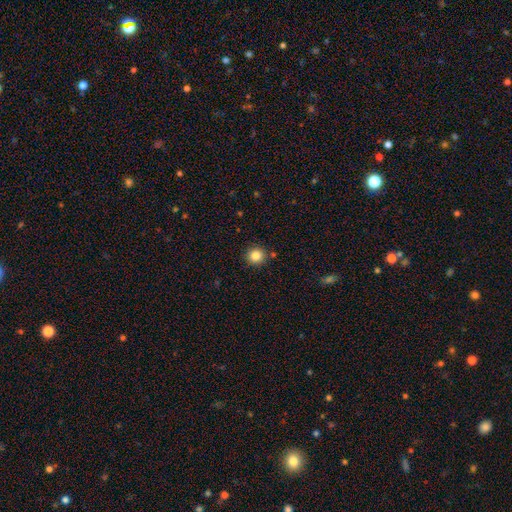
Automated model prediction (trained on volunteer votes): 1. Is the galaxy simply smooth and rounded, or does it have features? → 84% smooth, 11% star or artifact, 5% featured or disk.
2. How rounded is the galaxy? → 93% round, 6% in between, 1% cigar-shaped.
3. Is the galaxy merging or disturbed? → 88% none, 7% minor disturbance, 3% merger, 2% major disturbance.